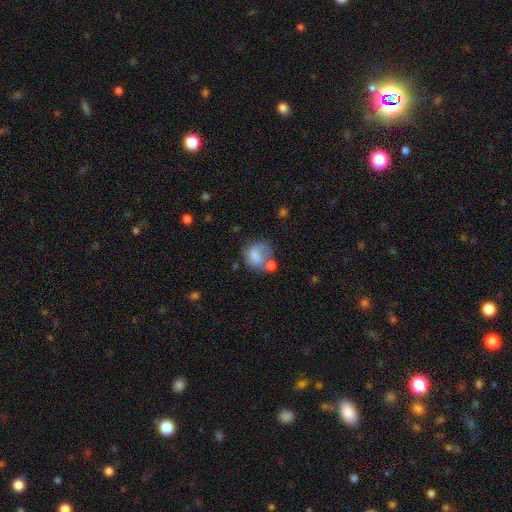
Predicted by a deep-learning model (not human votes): smooth_or_featured: smooth (p=0.67) [alt: featured or disk p=0.24]
how_rounded: round (p=0.63) [alt: in between p=0.36]
merging: none (p=0.31) [alt: merger p=0.28]